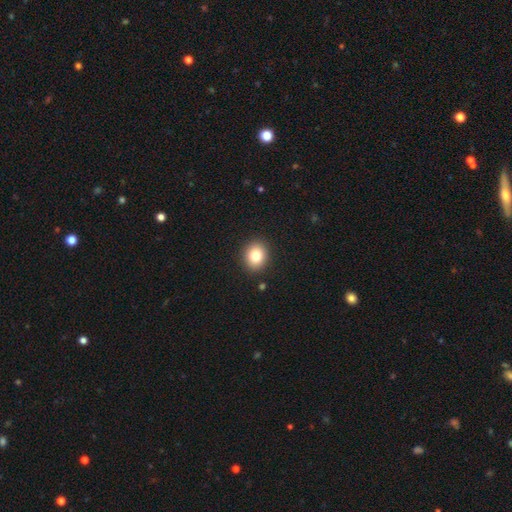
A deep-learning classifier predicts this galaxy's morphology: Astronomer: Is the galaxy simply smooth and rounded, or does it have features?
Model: smooth — 81%.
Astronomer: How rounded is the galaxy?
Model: round — 69%.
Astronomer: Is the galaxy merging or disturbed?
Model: none — 91%.